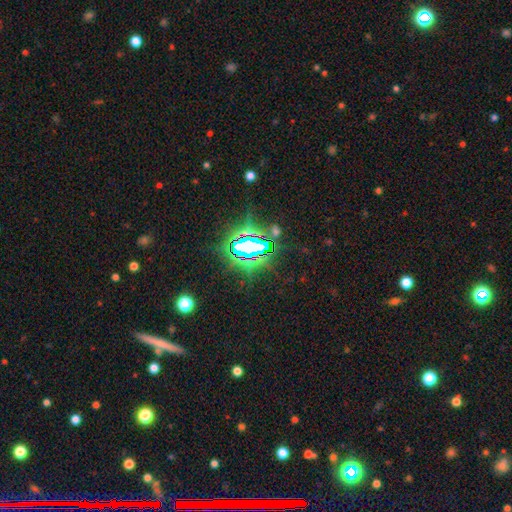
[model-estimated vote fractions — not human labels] Smooth or featured: star or artifact — 78% (smooth — 12%)